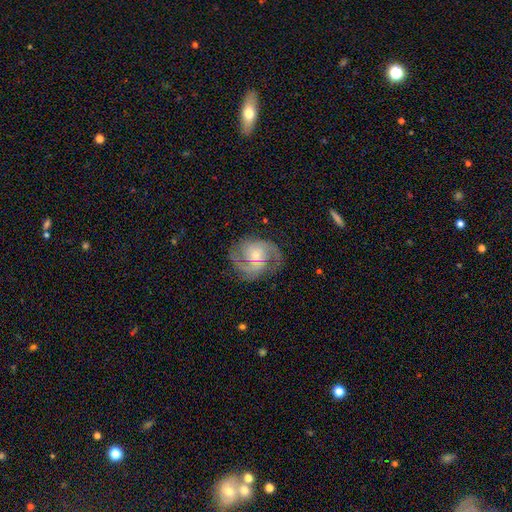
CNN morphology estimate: Smooth or featured? featured or disk (86%)
Edge-on disk? no (98%)
Bar? no (66%)
Spiral arms? yes (96%)
Spiral winding? medium (48%)
Spiral arm count? 2 (69%)
Bulge size? small (56%)
Merging? none (74%)